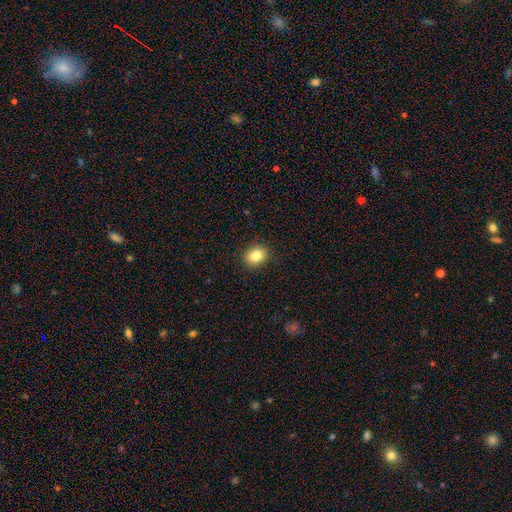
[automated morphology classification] Q: Smooth or featured?
A: smooth (83%); runner-up: star or artifact (10%)
Q: How rounded?
A: in between (51%); runner-up: round (48%)
Q: Merging?
A: none (90%); runner-up: minor disturbance (7%)